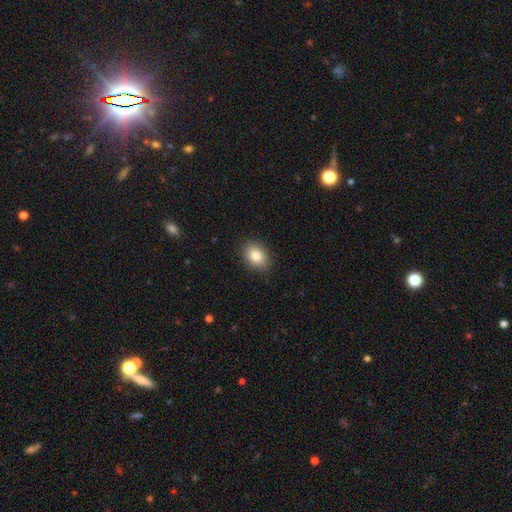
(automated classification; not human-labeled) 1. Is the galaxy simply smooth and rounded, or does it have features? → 85% smooth, 8% star or artifact, 7% featured or disk.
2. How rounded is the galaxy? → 73% in between, 26% round, 1% cigar-shaped.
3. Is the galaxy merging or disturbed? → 88% none, 9% minor disturbance, 2% major disturbance, 1% merger.